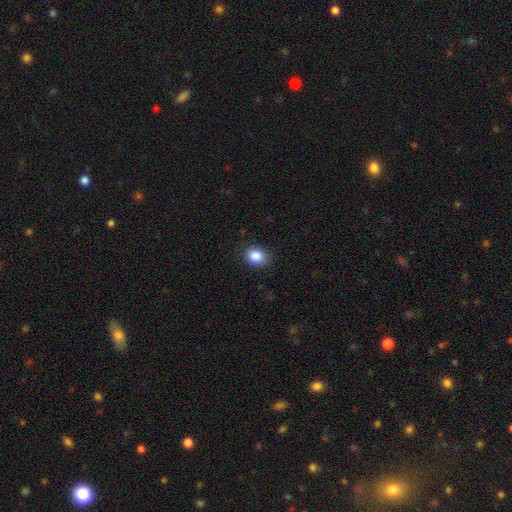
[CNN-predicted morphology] Smooth or featured: smooth — 87% (star or artifact — 9%)
How rounded: round — 61% (in between — 38%)
Merging: none — 85% (minor disturbance — 11%)